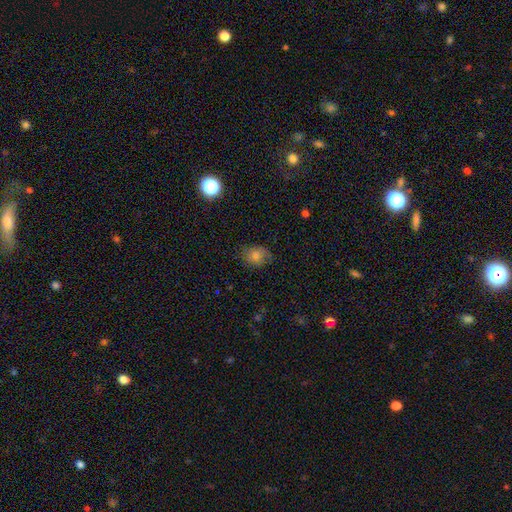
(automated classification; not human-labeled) Smooth or featured? smooth (69%)
How rounded? round (58%)
Merging? none (72%)